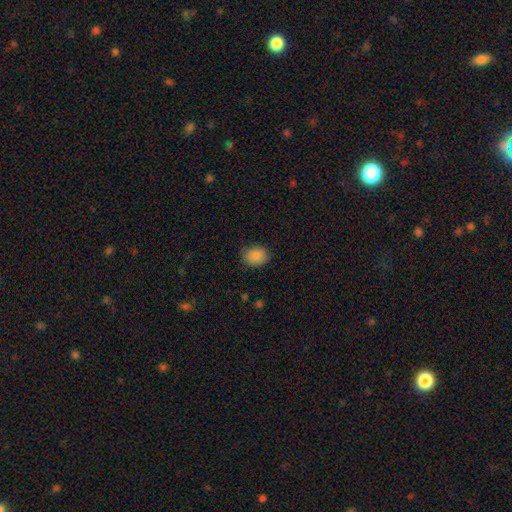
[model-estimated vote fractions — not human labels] Smooth or featured? smooth (87%)
How rounded? round (50%)
Merging? none (83%)